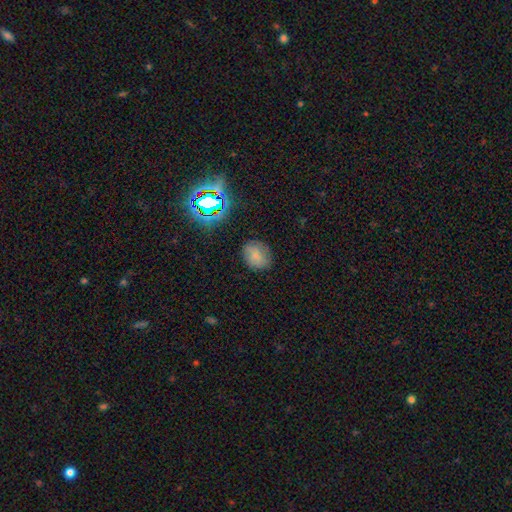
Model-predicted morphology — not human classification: smooth_or_featured: smooth (p=0.74) [alt: star or artifact p=0.16]
how_rounded: round (p=0.58) [alt: in between p=0.41]
merging: none (p=0.78) [alt: minor disturbance p=0.16]